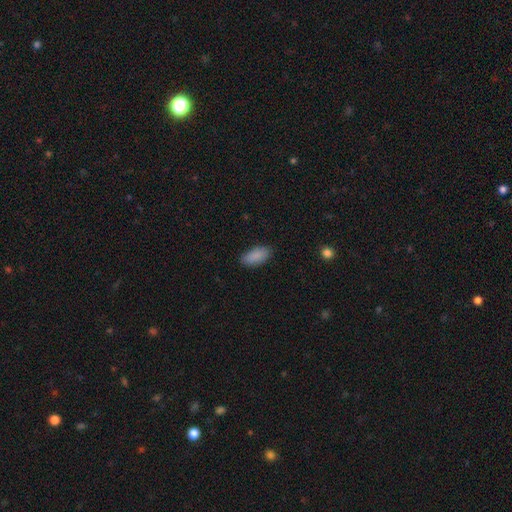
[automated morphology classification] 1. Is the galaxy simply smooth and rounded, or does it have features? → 89% smooth, 7% star or artifact, 4% featured or disk.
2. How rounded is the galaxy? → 89% in between, 9% cigar-shaped, 2% round.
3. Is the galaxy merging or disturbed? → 84% none, 13% minor disturbance, 3% major disturbance, 1% merger.